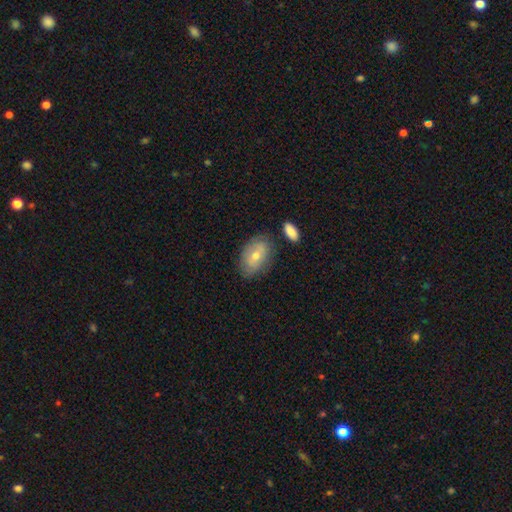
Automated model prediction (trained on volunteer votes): Q: Smooth or featured?
A: smooth (53%); runner-up: featured or disk (39%)
Q: How rounded?
A: in between (88%); runner-up: round (9%)
Q: Merging?
A: none (74%); runner-up: minor disturbance (16%)